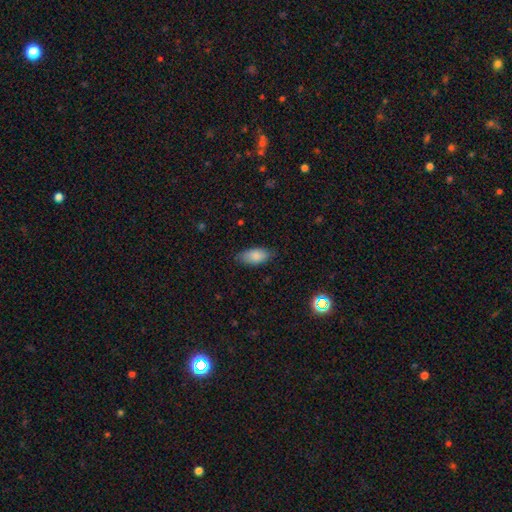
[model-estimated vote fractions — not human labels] Morphology: type=smooth (85%); roundness=in between (91%); merging=none (80%).